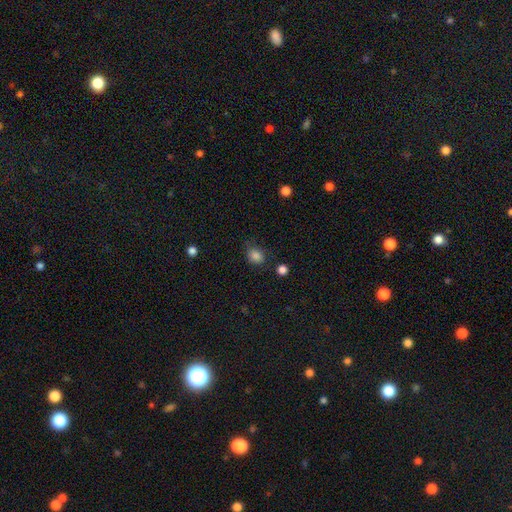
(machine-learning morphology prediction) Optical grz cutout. It shows a smooth galaxy with no disk features (84%) that is round (56%). Merging: none (70%).